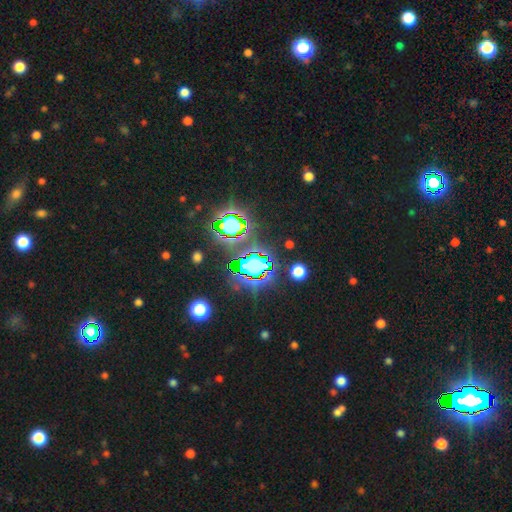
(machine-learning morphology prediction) This is clearly a star or artifact rather than a galaxy (81%).